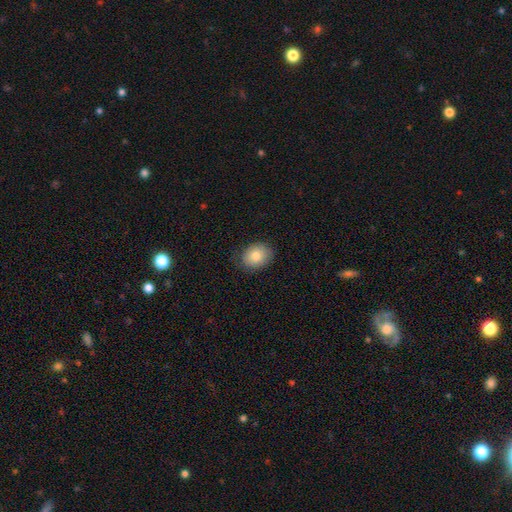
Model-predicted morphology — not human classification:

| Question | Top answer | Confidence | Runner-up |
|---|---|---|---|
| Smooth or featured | smooth | 82% | featured or disk (10%) |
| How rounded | in between | 56% | round (43%) |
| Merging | none | 82% | minor disturbance (14%) |